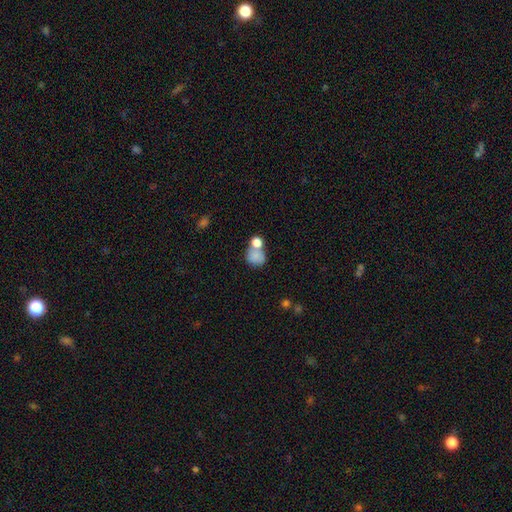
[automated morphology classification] smooth_or_featured: smooth (p=0.79) [alt: featured or disk p=0.11]
how_rounded: round (p=0.68) [alt: in between p=0.31]
merging: merger (p=0.44) [alt: none p=0.36]